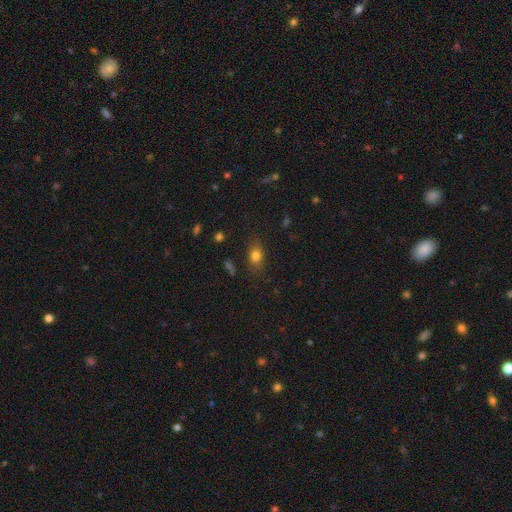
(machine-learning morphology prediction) The model was most divided on "how rounded": in between: 72%, round: 22%, cigar-shaped: 5%. More confident: merging — none (79%); smooth or featured — smooth (78%).